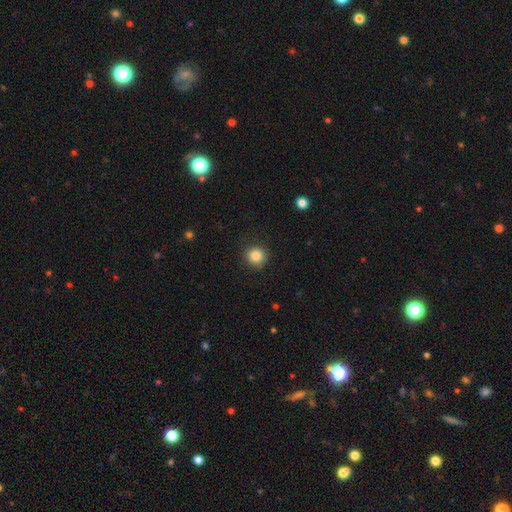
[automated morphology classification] This appears to be a smooth galaxy with no disk features (84%) that is round (91%). Merging: none (89%).